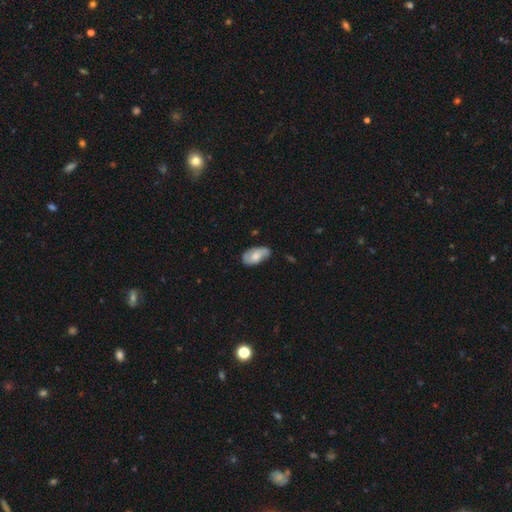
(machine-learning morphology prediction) Smooth or featured? Predicted: smooth (p=0.56). How rounded? Predicted: in between (p=0.93). Merging? Predicted: none (p=0.56).